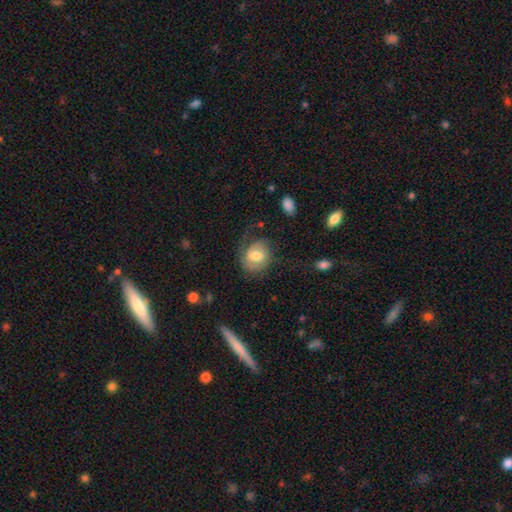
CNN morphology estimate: type=smooth (54%); roundness=round (52%); merging=none (53%).